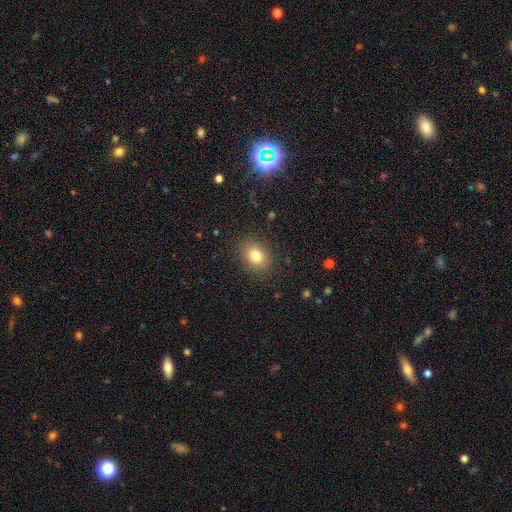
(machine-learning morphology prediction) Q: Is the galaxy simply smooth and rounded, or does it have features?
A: smooth — 80%.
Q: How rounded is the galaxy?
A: in between — 56%.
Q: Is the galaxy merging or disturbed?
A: none — 86%.